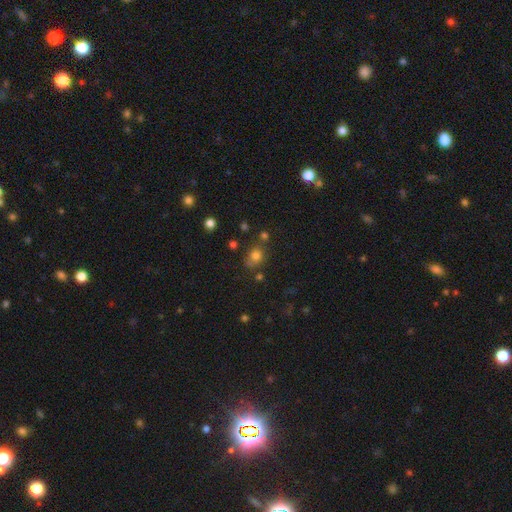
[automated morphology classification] Smooth or featured? Predicted: smooth (p=0.75). How rounded? Predicted: round (p=0.67). Merging? Predicted: none (p=0.65).